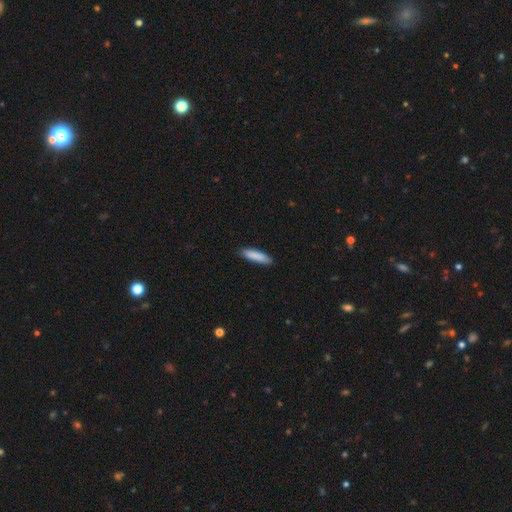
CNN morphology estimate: A smooth galaxy with no disk features (88%) that is cigar-shaped (73%). Merging: none (88%).